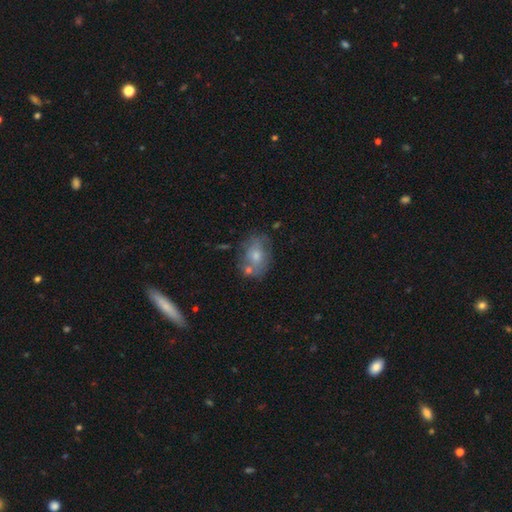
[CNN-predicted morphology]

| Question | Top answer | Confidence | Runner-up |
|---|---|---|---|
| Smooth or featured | smooth | 60% | featured or disk (32%) |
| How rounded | in between | 70% | round (29%) |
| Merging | none | 55% | minor disturbance (22%) |